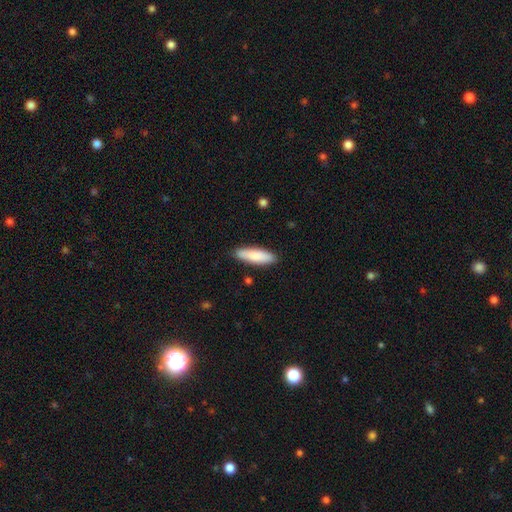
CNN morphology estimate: smooth 84%, featured or disk 10%, star or artifact 5%. Down the decision tree: how rounded — cigar-shaped (59%); merging — none (88%).